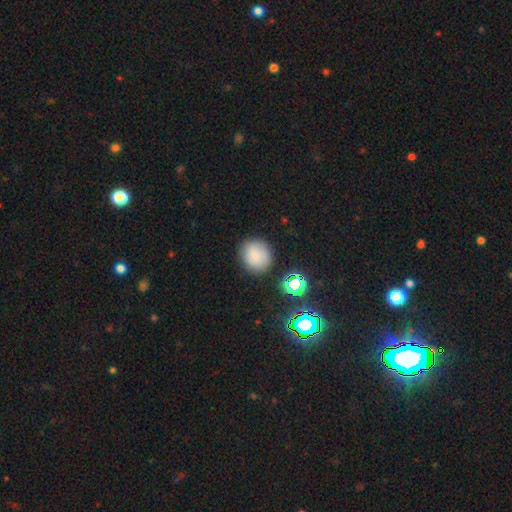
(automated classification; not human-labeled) This is likely a smooth galaxy (77%). How rounded: clearly round (87%). Merging: clearly none (83%).